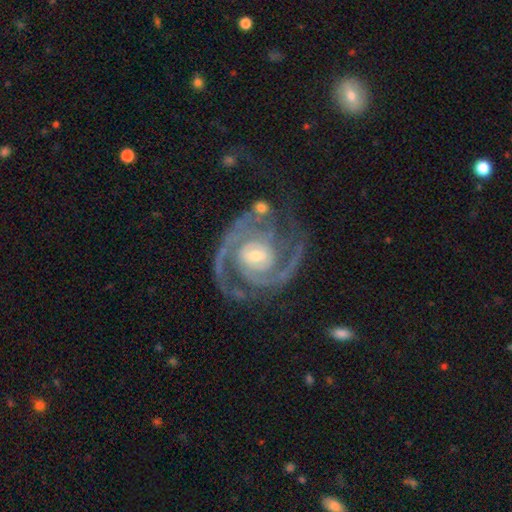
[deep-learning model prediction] Smooth or featured?
  - featured or disk: 92% *
  - star or artifact: 4%
  - smooth: 3%
Edge-on disk?
  - no: 98% *
  - yes: 2%
Bar?
  - no: 54% *
  - weak: 34%
  - strong: 12%
Spiral arms?
  - yes: 98% *
  - no: 2%
Spiral winding?
  - tight: 56% *
  - medium: 37%
  - loose: 7%
Spiral arm count?
  - 2: 75% *
  - 3: 10%
  - can't tell: 6%
  - 1: 3%
  - 4: 3%
  - more than 4: 3%
Bulge size?
  - small: 47% *
  - moderate: 46%
  - large: 4%
  - none: 2%
  - dominant: 1%
Merging?
  - none: 69% *
  - minor disturbance: 17%
  - major disturbance: 11%
  - merger: 4%